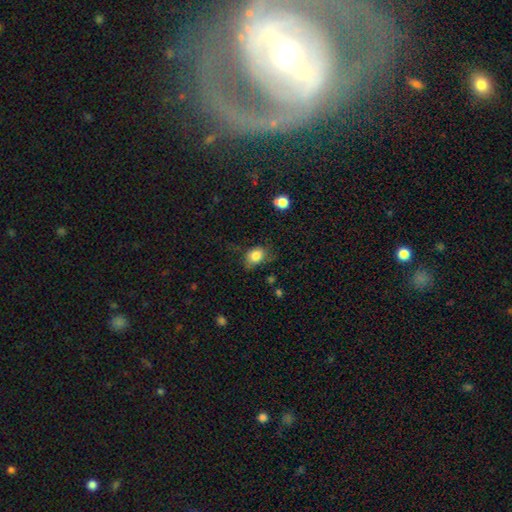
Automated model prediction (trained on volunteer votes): smooth_or_featured: smooth (p=0.82) [alt: star or artifact p=0.09]
how_rounded: in between (p=0.63) [alt: round p=0.36]
merging: none (p=0.60) [alt: minor disturbance p=0.28]